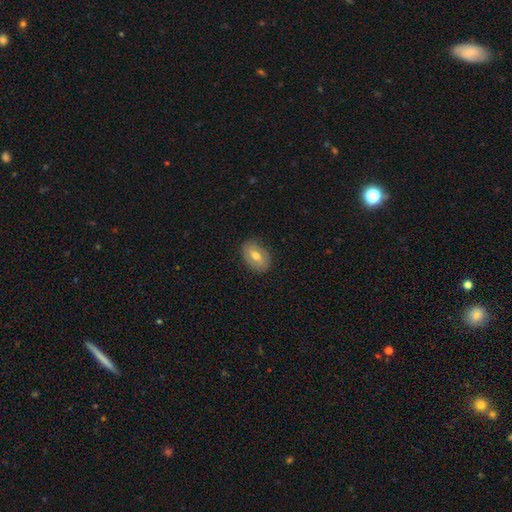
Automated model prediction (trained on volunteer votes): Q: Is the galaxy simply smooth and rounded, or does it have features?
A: smooth — 58%.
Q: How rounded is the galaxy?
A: in between — 79%.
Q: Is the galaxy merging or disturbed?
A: none — 84%.